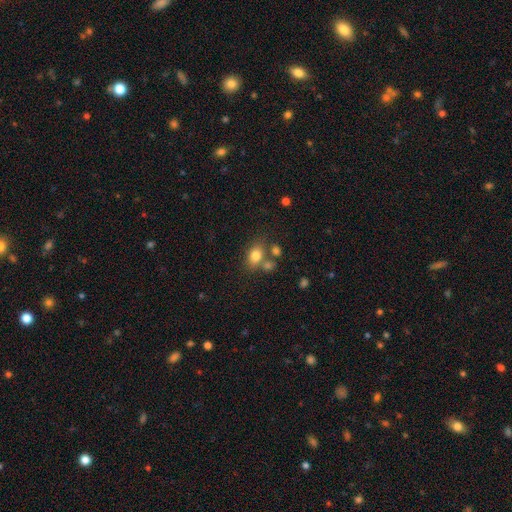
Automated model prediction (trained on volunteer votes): Overall: smooth (79%). How rounded: in between (72%). Merging: none (58%; merger 22%).